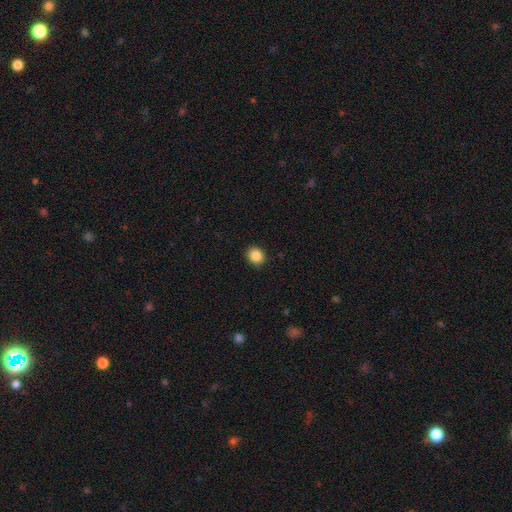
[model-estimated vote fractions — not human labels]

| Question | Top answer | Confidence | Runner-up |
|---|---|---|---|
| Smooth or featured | smooth | 87% | star or artifact (10%) |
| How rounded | round | 80% | in between (19%) |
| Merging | none | 91% | minor disturbance (6%) |